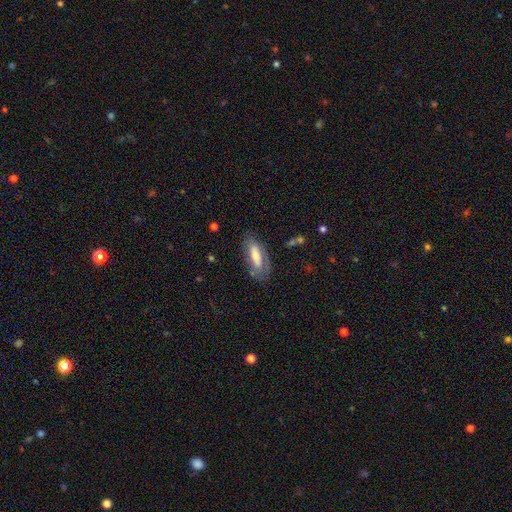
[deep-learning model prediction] Overall: smooth (56%; featured or disk 36%). How rounded: in between (69%; cigar-shaped 29%). Merging: none (68%).